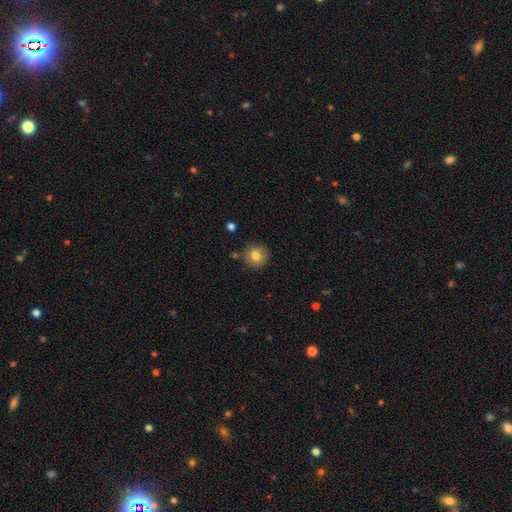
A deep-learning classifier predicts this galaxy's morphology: Smooth or featured?
  - smooth: 79% *
  - featured or disk: 12%
  - star or artifact: 10%
How rounded?
  - round: 92% *
  - in between: 7%
  - cigar-shaped: 1%
Merging?
  - none: 85% *
  - minor disturbance: 9%
  - merger: 3%
  - major disturbance: 2%